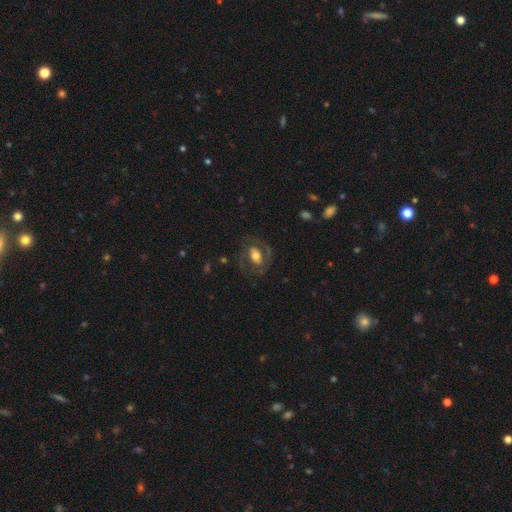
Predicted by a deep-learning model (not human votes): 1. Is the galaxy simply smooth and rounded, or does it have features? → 56% featured or disk, 37% smooth, 7% star or artifact.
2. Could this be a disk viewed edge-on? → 94% no, 6% yes.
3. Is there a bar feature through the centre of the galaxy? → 49% no, 30% weak, 21% strong.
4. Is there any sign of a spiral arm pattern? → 55% yes, 45% no.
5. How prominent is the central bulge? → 54% moderate, 29% large, 13% small, 3% dominant, 2% none.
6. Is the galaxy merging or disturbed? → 68% none, 15% minor disturbance, 15% major disturbance, 1% merger.